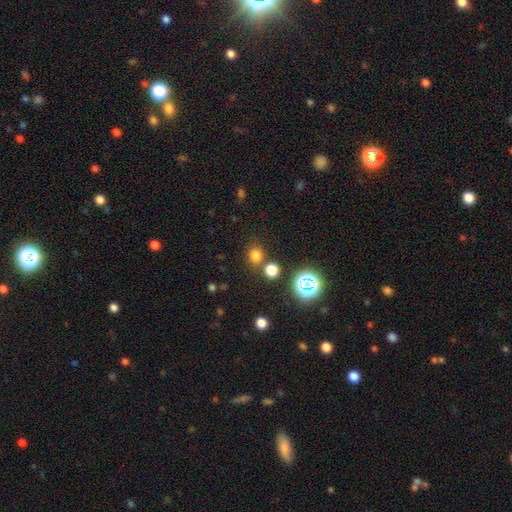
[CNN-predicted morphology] smooth-or-featured: smooth: 74% | star or artifact: 21% | featured or disk: 5%
  how-rounded: round: 75% | in between: 24% | cigar-shaped: 1%
  merging: none: 72% | merger: 15% | minor disturbance: 9% | major disturbance: 4%